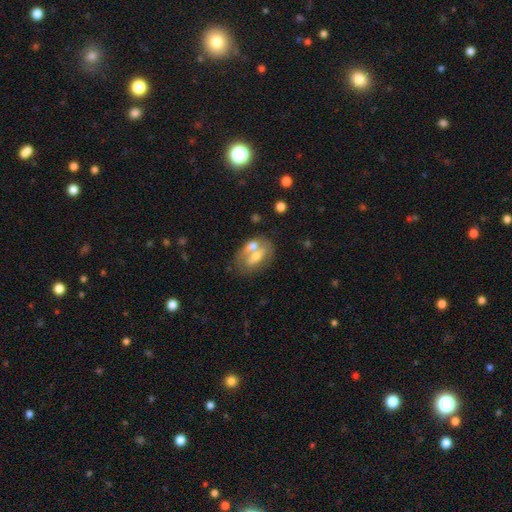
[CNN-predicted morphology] Overall: smooth (48%; featured or disk 44%). Merging: merger (43%; none 37%).